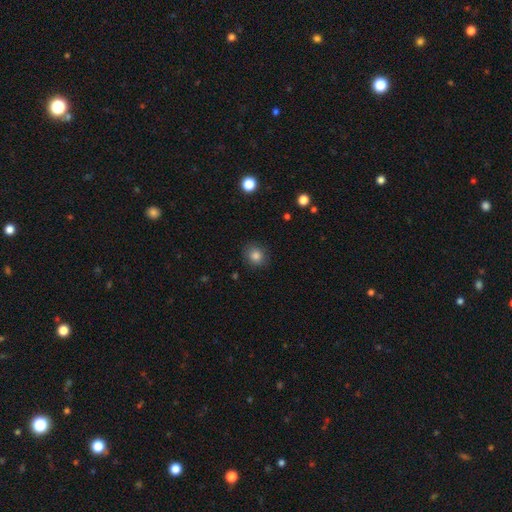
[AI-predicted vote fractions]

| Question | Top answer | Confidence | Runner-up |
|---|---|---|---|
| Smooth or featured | smooth | 84% | star or artifact (11%) |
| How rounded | round | 76% | in between (23%) |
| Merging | none | 87% | minor disturbance (9%) |